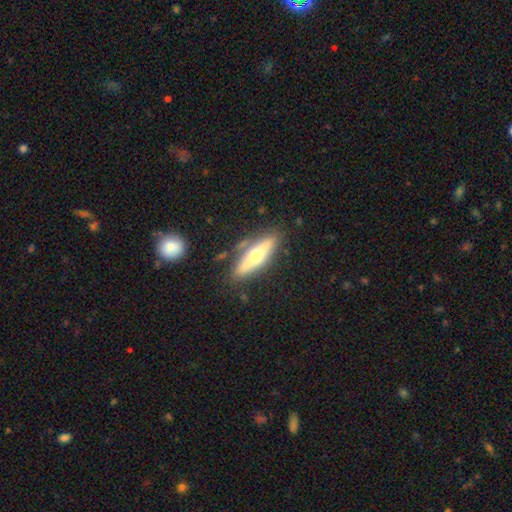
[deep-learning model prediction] This is possibly a featured or disk galaxy (55%). It is clearly viewed edge-on (90%). Edge-on bulge: clearly rounded (91%). Merging: clearly none (81%).